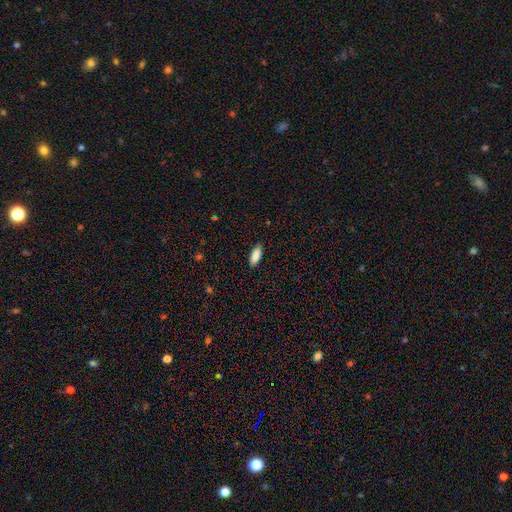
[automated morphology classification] This appears to be a smooth galaxy with no disk features (88%) that is in between round and cigar-shaped (78%). Merging: none (87%).